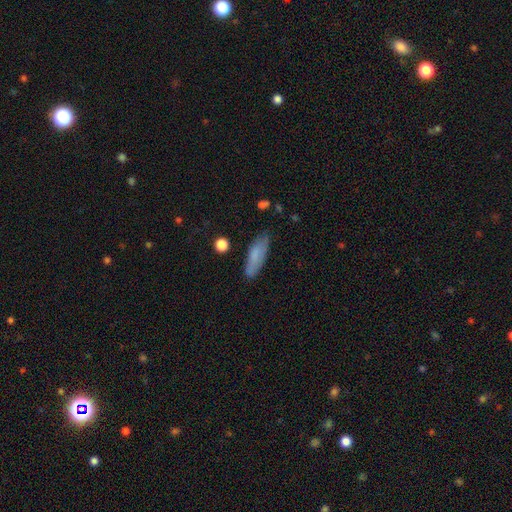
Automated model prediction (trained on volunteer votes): Overall: smooth (78%). How rounded: in between (51%; cigar-shaped 47%). Merging: none (79%).